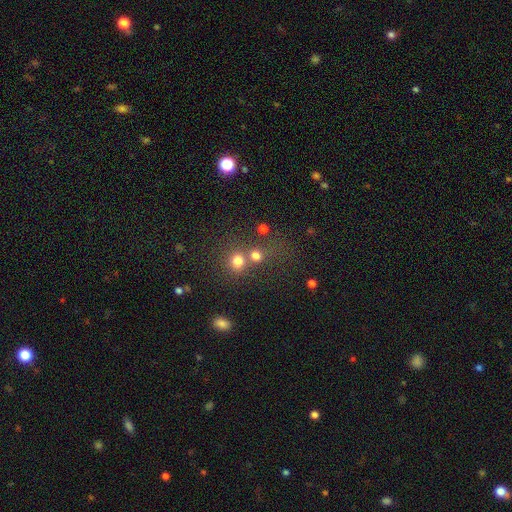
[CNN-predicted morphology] type=smooth (73%); roundness=round (84%); merging=none (45%).